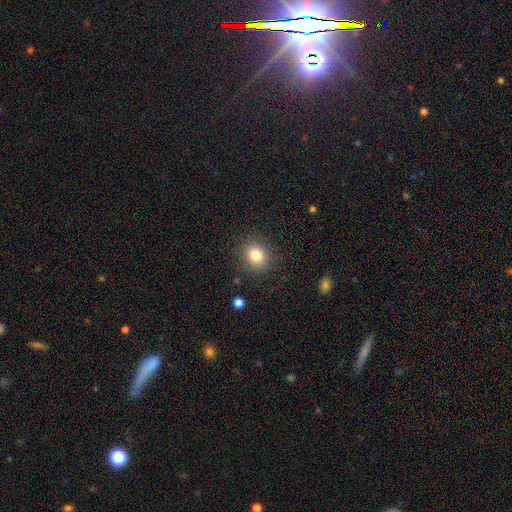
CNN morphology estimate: A smooth galaxy with no disk features (82%) that is round (75%).

Vote fractions:
- Smooth or featured? smooth: 82% / star or artifact: 11% / featured or disk: 7%
- How rounded? round: 75% / in between: 24% / cigar-shaped: 1%
- Merging? none: 87% / minor disturbance: 9% / major disturbance: 3% / merger: 2%